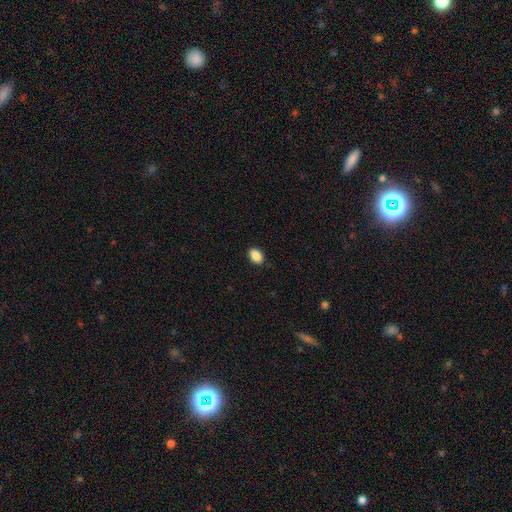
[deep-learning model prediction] smooth-or-featured: smooth: 89% | star or artifact: 8% | featured or disk: 3%
  how-rounded: in between: 86% | round: 13% | cigar-shaped: 1%
  merging: none: 89% | minor disturbance: 9% | major disturbance: 2% | merger: 1%